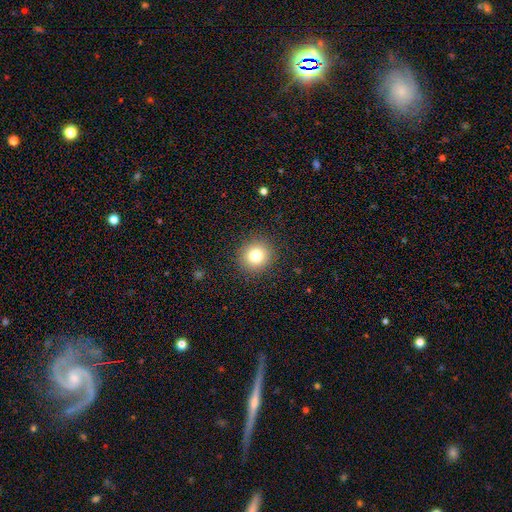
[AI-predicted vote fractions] Smooth or featured? smooth (79%)
How rounded? round (90%)
Merging? none (90%)